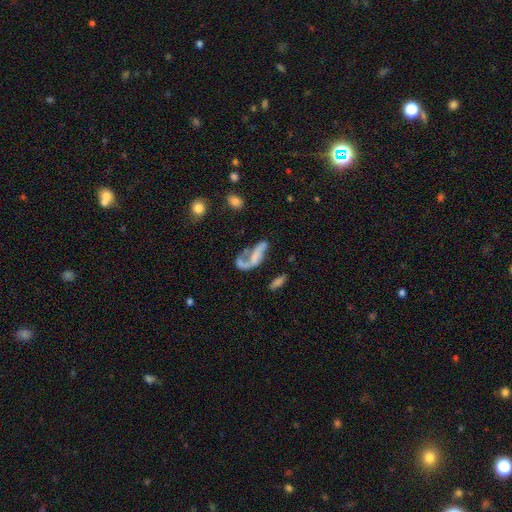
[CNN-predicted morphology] Smooth or featured? Predicted: featured or disk (p=0.60). Edge-on disk? Predicted: no (p=0.93). Bar? Predicted: no (p=0.61). Spiral arms? Predicted: yes (p=0.62). Bulge size? Predicted: none (p=0.61). Merging? Predicted: major disturbance (p=0.37).